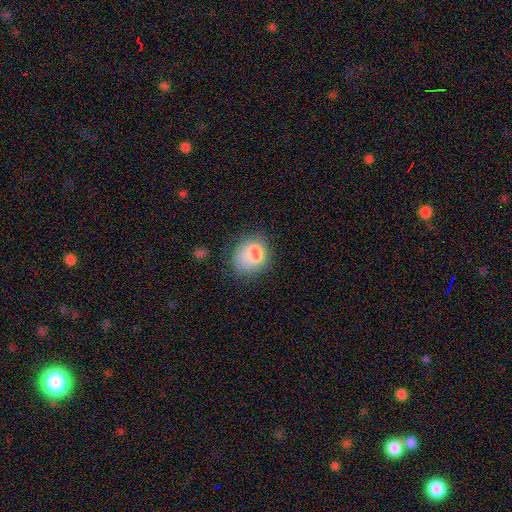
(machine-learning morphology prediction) Smooth or featured: smooth — 72% (featured or disk — 18%)
How rounded: round — 51% (in between — 48%)
Merging: none — 44% (minor disturbance — 24%)